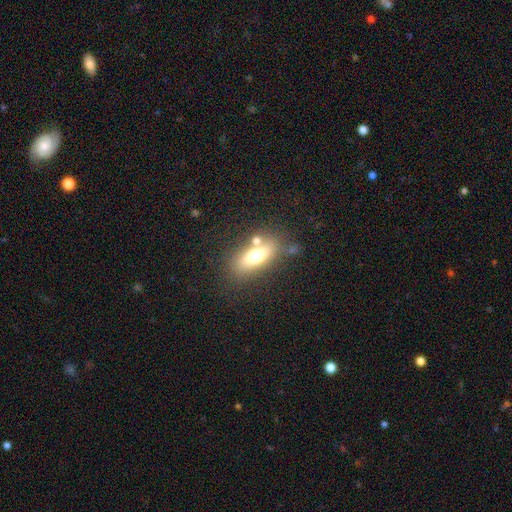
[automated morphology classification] smooth-or-featured: smooth: 61% | featured or disk: 29% | star or artifact: 10%
  how-rounded: in between: 70% | cigar-shaped: 23% | round: 7%
  merging: none: 64% | merger: 16% | minor disturbance: 14% | major disturbance: 7%